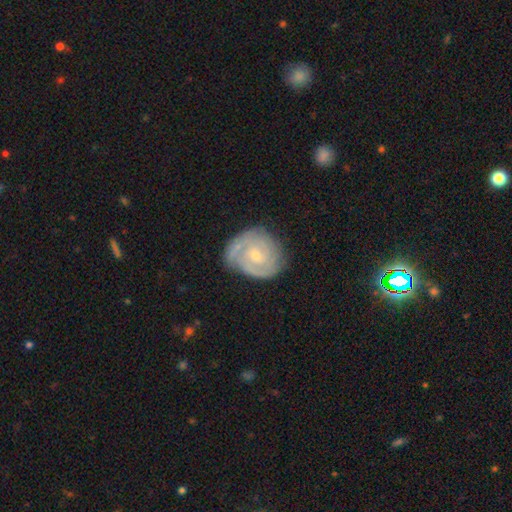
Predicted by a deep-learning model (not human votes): A featured or disk galaxy (81%) with no bar (67%), 2 (41%) tight (70%) spiral arms (95%) and a small central bulge (66%). Merging: none (71%).